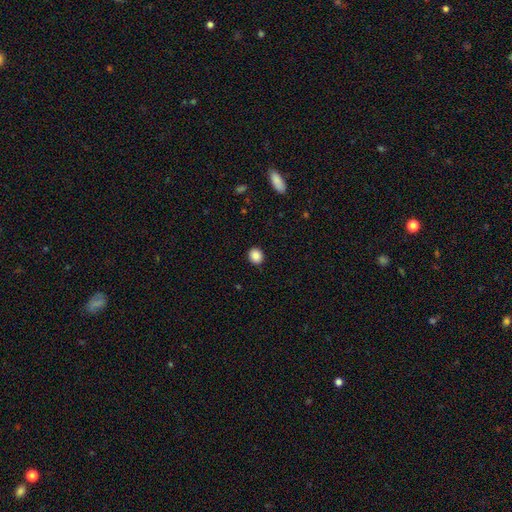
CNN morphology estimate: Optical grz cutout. It shows a smooth galaxy with no disk features (88%) that is round (73%). Merging: none (90%).